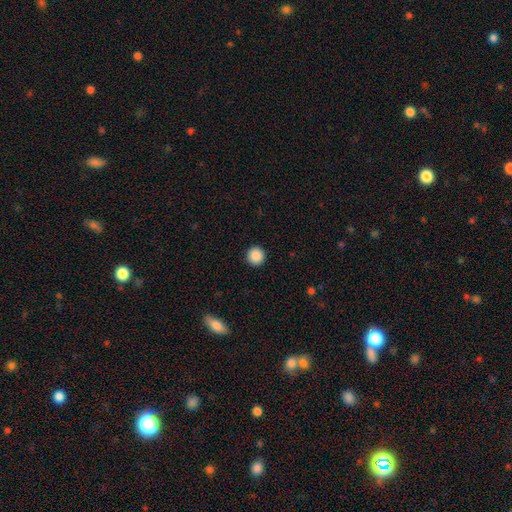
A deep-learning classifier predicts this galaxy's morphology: Smooth or featured? Predicted: smooth (p=0.89). How rounded? Predicted: round (p=0.95). Merging? Predicted: none (p=0.93).